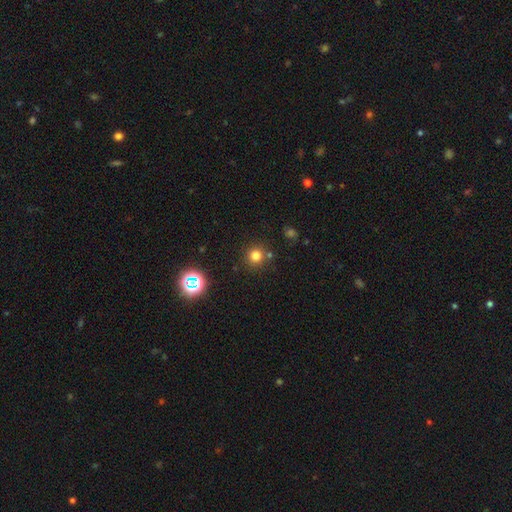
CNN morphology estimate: Smooth or featured?
  - smooth: 77% *
  - star or artifact: 17%
  - featured or disk: 6%
How rounded?
  - round: 92% *
  - in between: 7%
  - cigar-shaped: 1%
Merging?
  - none: 81% *
  - minor disturbance: 8%
  - merger: 8%
  - major disturbance: 3%